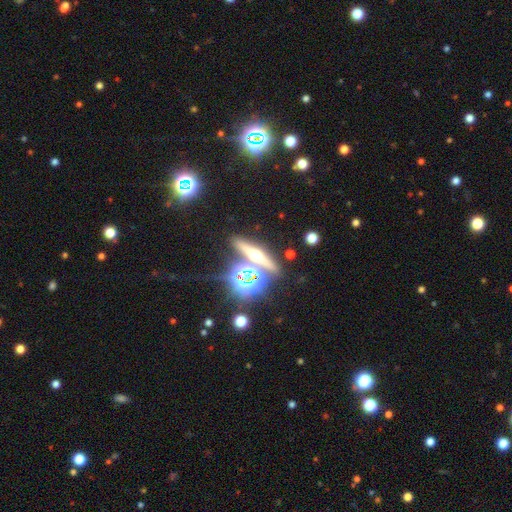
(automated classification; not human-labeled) Q: Smooth or featured?
A: featured or disk (48%); runner-up: star or artifact (31%)
Q: Merging?
A: none (79%); runner-up: merger (9%)